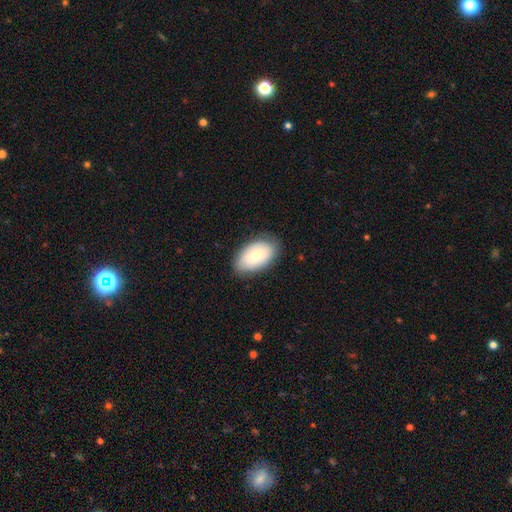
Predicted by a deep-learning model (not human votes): smooth-or-featured: smooth: 75% | featured or disk: 19% | star or artifact: 6%
  how-rounded: in between: 94% | round: 4% | cigar-shaped: 1%
  merging: none: 81% | minor disturbance: 15% | major disturbance: 3% | merger: 1%